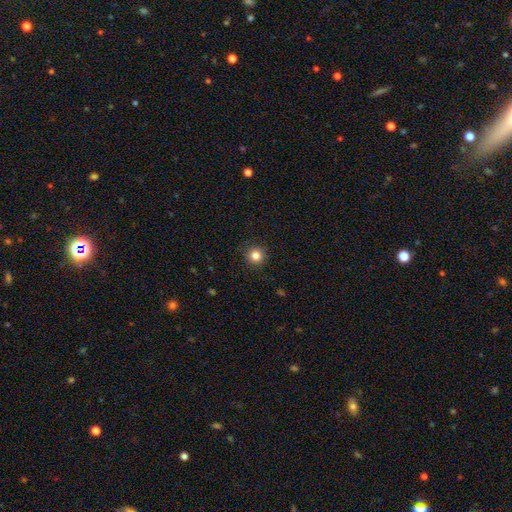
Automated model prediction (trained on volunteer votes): Overall: smooth (83%). How rounded: round (94%). Merging: none (91%).